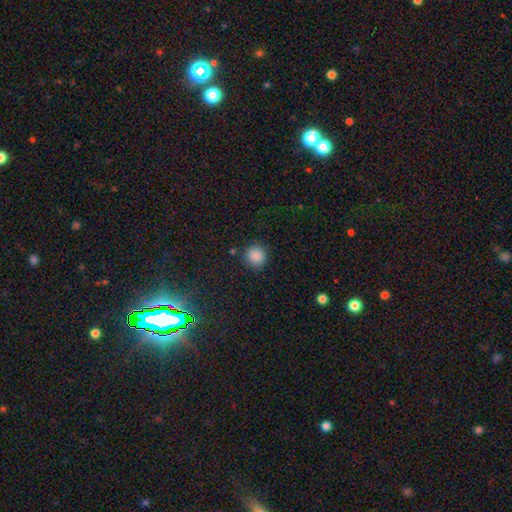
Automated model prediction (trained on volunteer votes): Overall: smooth (87%). How rounded: round (91%). Merging: none (86%).